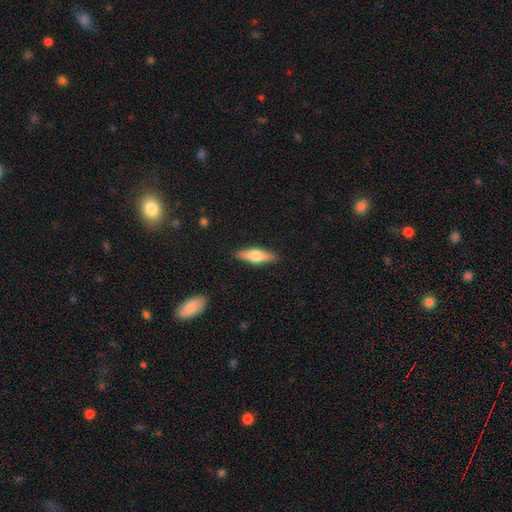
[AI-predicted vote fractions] Morphology: type=smooth (54%); roundness=cigar-shaped (56%); merging=none (89%).